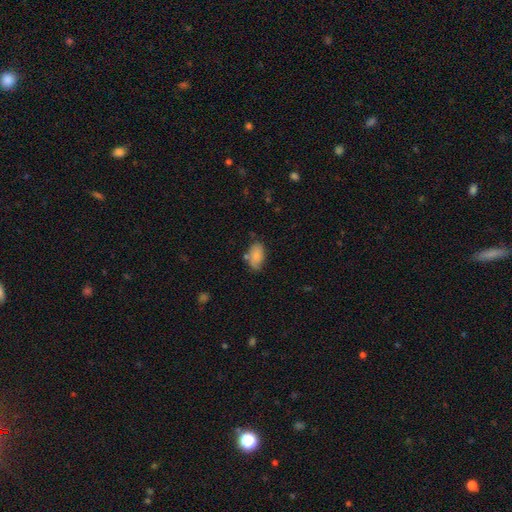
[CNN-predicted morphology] The model was most divided on "merging": none: 67%, minor disturbance: 22%, merger: 7%, major disturbance: 5%. More confident: how rounded — in between (93%); smooth or featured — smooth (84%).